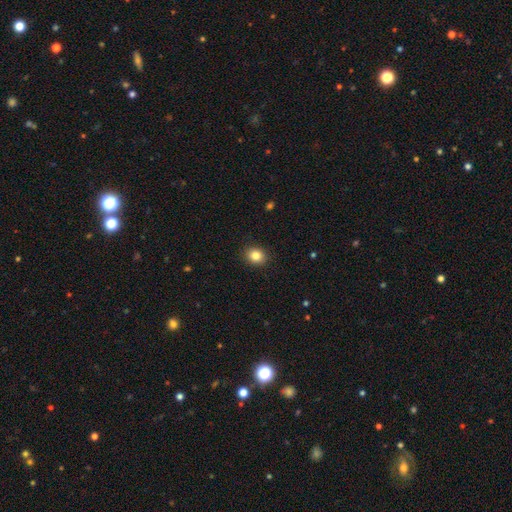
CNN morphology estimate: Smooth or featured? Predicted: smooth (p=0.84). How rounded? Predicted: round (p=0.63). Merging? Predicted: none (p=0.91).